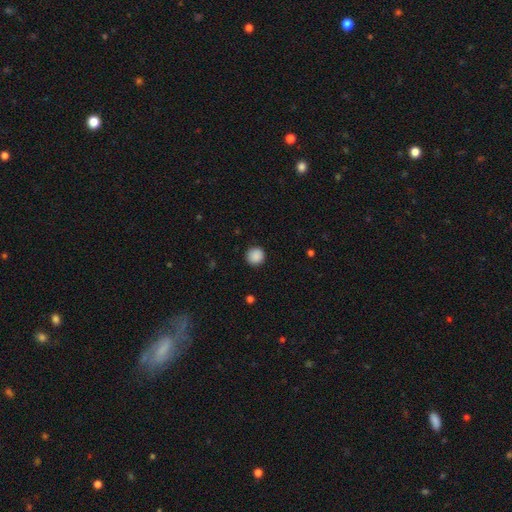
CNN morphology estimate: smooth 88%, star or artifact 9%, featured or disk 3%. Down the decision tree: how rounded — round (94%); merging — none (91%).